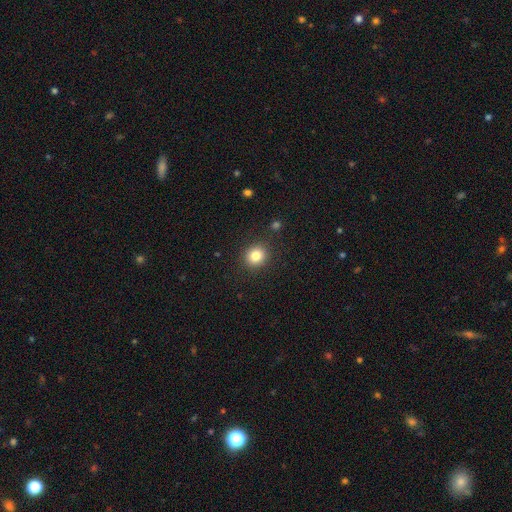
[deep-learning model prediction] smooth-or-featured: smooth: 83% | star or artifact: 11% | featured or disk: 6%
  how-rounded: round: 83% | in between: 16% | cigar-shaped: 1%
  merging: none: 89% | minor disturbance: 7% | major disturbance: 2% | merger: 2%